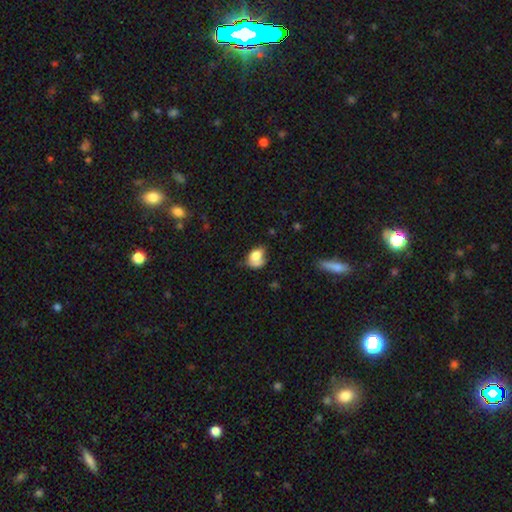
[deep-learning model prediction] Q: Smooth or featured?
A: smooth (69%); runner-up: featured or disk (21%)
Q: How rounded?
A: in between (77%); runner-up: round (20%)
Q: Merging?
A: none (27%); runner-up: merger (25%)